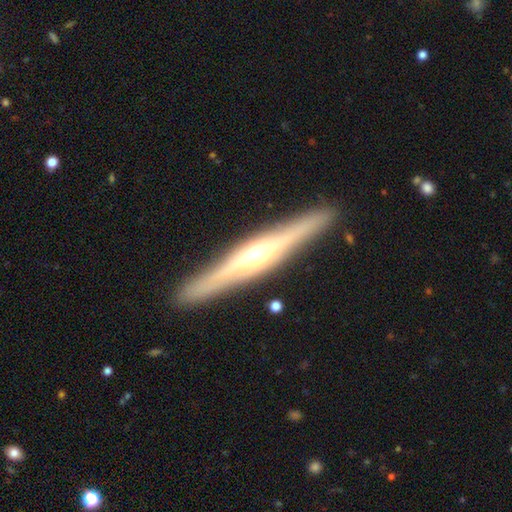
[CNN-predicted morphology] Smooth or featured? Predicted: featured or disk (p=0.79). Edge-on disk? Predicted: yes (p=0.97). Edge-on bulge? Predicted: rounded (p=0.85). Merging? Predicted: none (p=0.91).